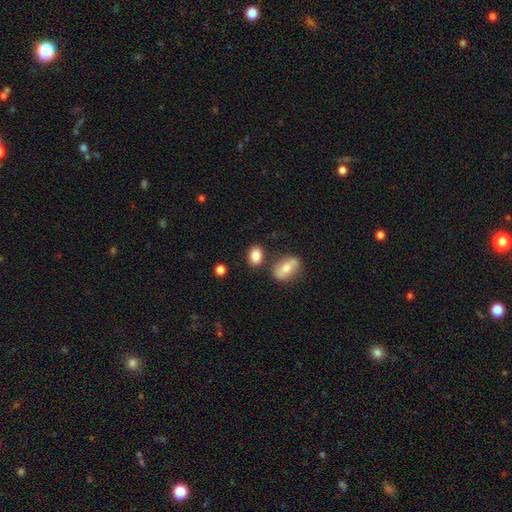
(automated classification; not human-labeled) Smooth or featured? Predicted: smooth (p=0.85). How rounded? Predicted: in between (p=0.80). Merging? Predicted: none (p=0.75).